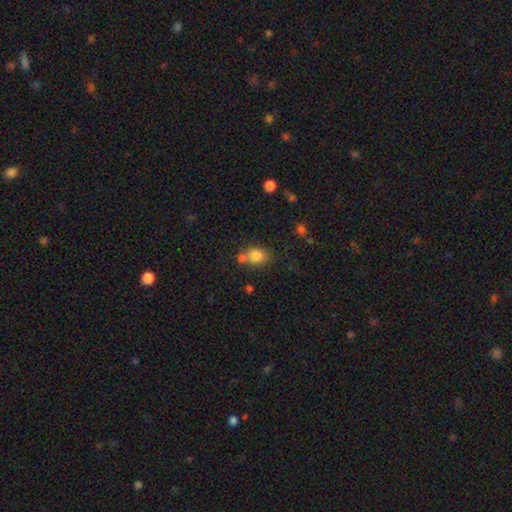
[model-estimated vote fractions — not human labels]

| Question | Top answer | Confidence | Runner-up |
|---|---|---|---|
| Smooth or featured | smooth | 82% | star or artifact (10%) |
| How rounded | in between | 51% | round (48%) |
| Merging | none | 56% | merger (28%) |